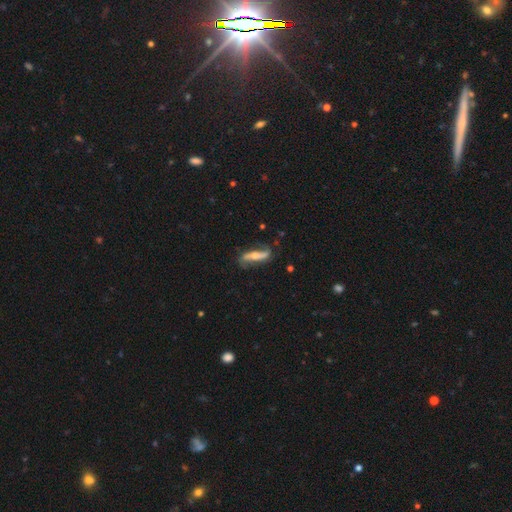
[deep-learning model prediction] Smooth or featured? featured or disk (75%)
Edge-on disk? no (73%)
Bar? strong (48%)
Spiral arms? yes (91%)
Spiral winding? loose (77%)
Spiral arm count? 2 (90%)
Bulge size? moderate (46%)
Merging? none (70%)